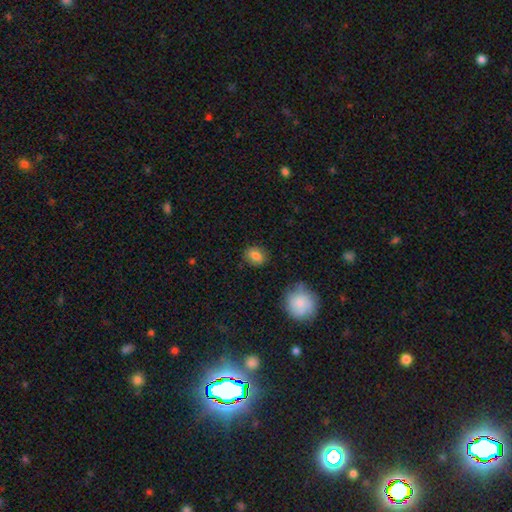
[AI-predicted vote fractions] smooth_or_featured: smooth (p=0.82) [alt: featured or disk p=0.09]
how_rounded: in between (p=0.56) [alt: round p=0.42]
merging: none (p=0.83) [alt: minor disturbance p=0.12]